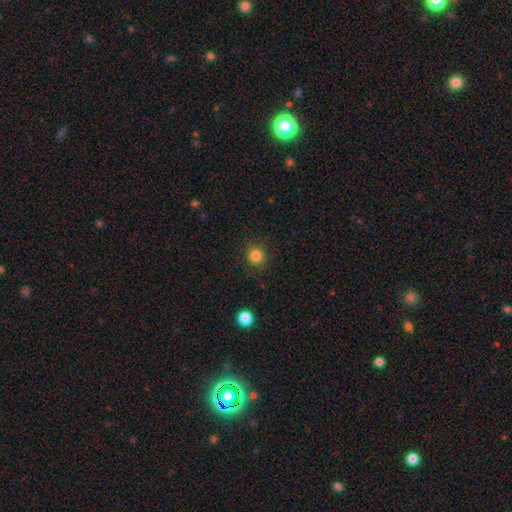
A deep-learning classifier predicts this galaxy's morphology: This appears to be a smooth galaxy with no disk features (83%) that is round (90%). Merging: none (88%).